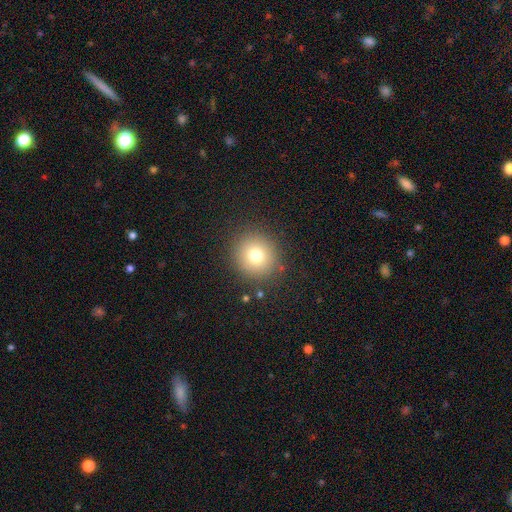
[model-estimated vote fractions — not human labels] Overall: smooth (76%). How rounded: round (92%). Merging: none (88%).